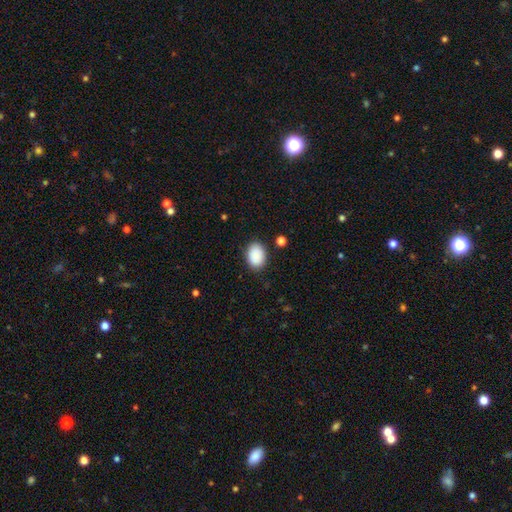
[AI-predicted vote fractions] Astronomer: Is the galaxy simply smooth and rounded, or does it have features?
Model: smooth — 90%.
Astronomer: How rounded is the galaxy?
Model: in between — 77%.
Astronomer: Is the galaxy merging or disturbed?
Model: none — 85%.